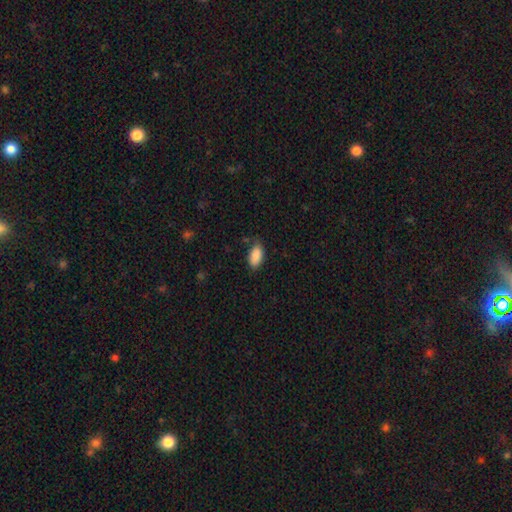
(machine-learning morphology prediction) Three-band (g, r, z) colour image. It shows a smooth galaxy with no disk features (89%) that is in between round and cigar-shaped (93%). Merging: none (77%).